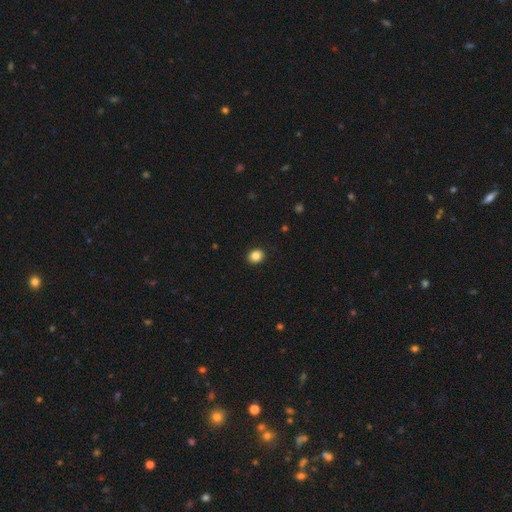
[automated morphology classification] Overall: smooth (87%). How rounded: round (63%; in between 36%). Merging: none (91%).